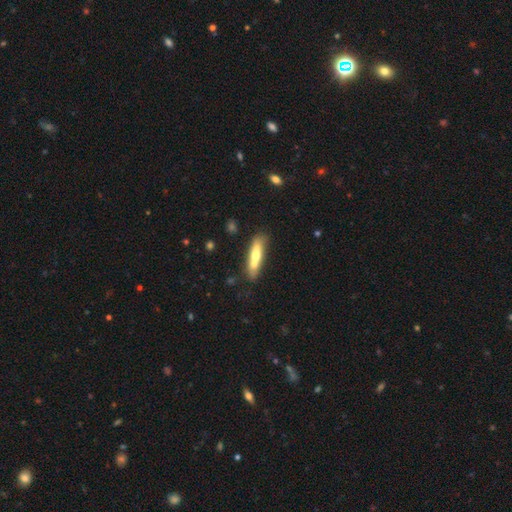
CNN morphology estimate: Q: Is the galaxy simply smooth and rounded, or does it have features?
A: smooth — 58%.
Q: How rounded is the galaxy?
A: cigar-shaped — 77%.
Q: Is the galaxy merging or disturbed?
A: none — 65%.